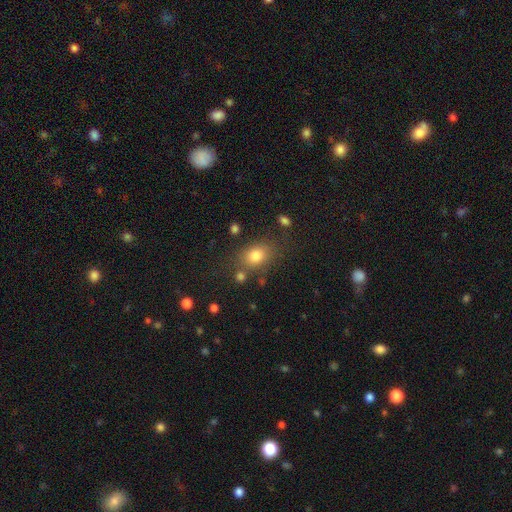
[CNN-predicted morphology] This is likely a smooth galaxy (79%). How rounded: likely in between (69%). Merging: likely none (72%).